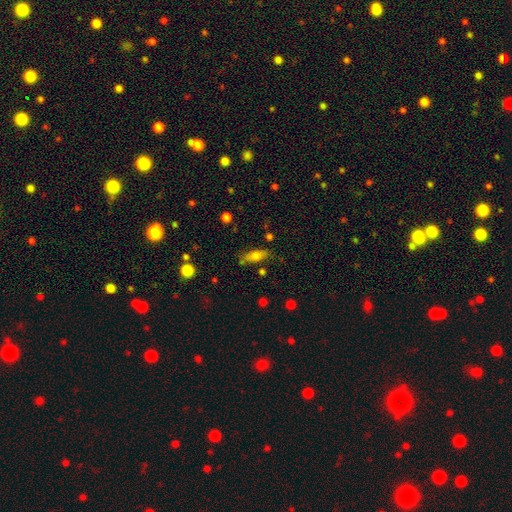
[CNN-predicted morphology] This appears to be a smooth galaxy with no disk features (70%) that is in between round and cigar-shaped (68%). Merging: none (72%).